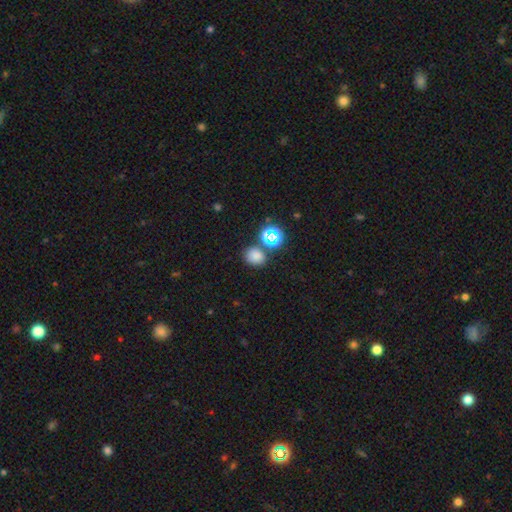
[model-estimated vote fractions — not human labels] Smooth or featured: smooth — 71% (star or artifact — 23%)
How rounded: round — 63% (in between — 36%)
Merging: none — 72% (merger — 13%)